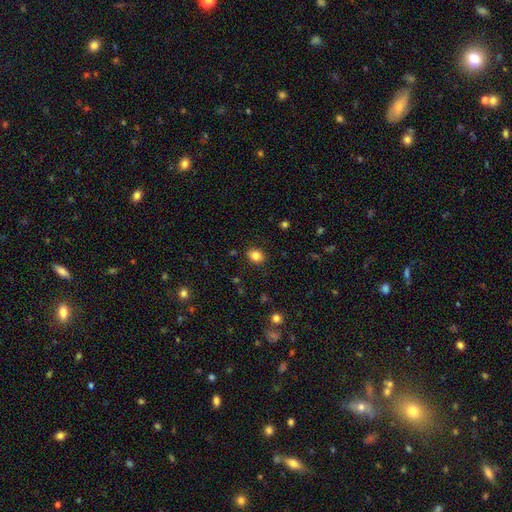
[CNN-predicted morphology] Overall: smooth (84%). How rounded: in between (56%; round 43%). Merging: none (88%).